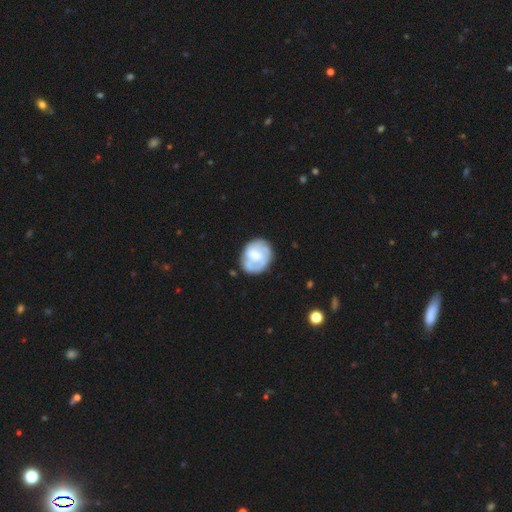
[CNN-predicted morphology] The model was most divided on "bar" (2-way tie): no: 43%, weak: 43%, strong: 14%. Remaining: edge-on disk — no (97%); merging — none (66%); spiral arms — yes (64%); smooth or featured — featured or disk (56%); bulge size — moderate (40%).